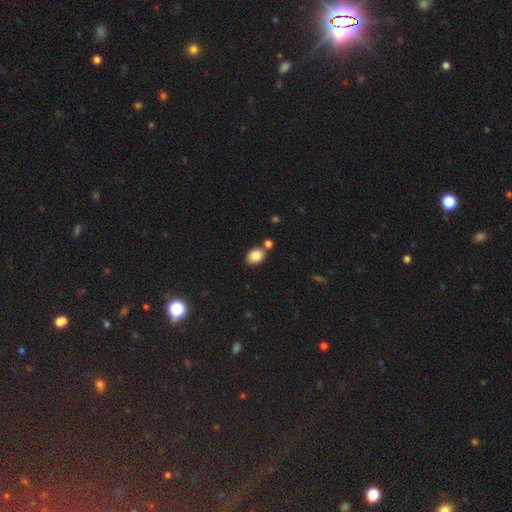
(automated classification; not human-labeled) smooth-or-featured: smooth: 86% | star or artifact: 9% | featured or disk: 6%
  how-rounded: in between: 57% | round: 42% | cigar-shaped: 1%
  merging: none: 71% | merger: 15% | minor disturbance: 11% | major disturbance: 3%